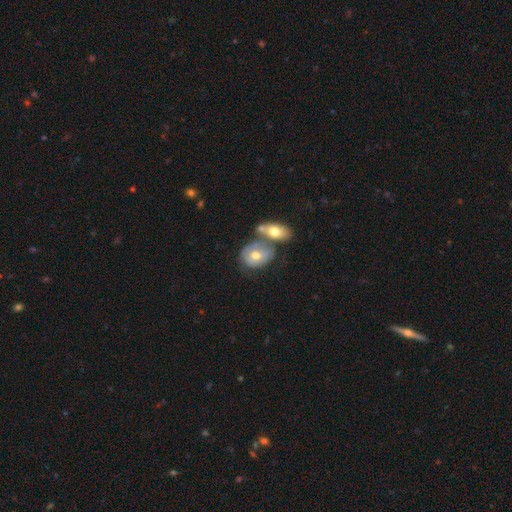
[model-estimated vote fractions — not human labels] A smooth galaxy with no disk features (57%) that is in between round and cigar-shaped (58%). Merging: merger (49%).